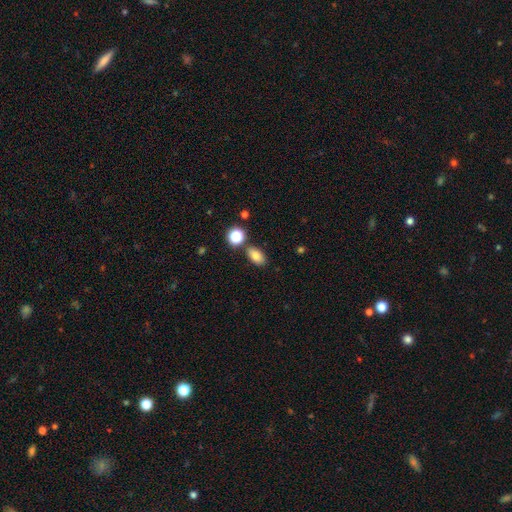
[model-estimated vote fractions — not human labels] Smooth or featured? Predicted: smooth (p=0.80). How rounded? Predicted: in between (p=0.87). Merging? Predicted: none (p=0.78).